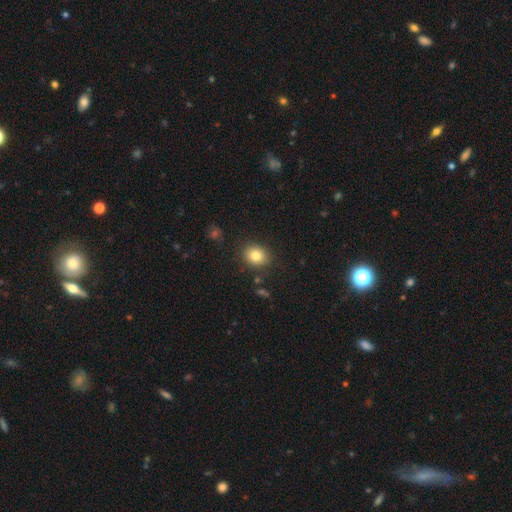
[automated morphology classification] type=smooth (82%); roundness=round (56%); merging=none (85%).